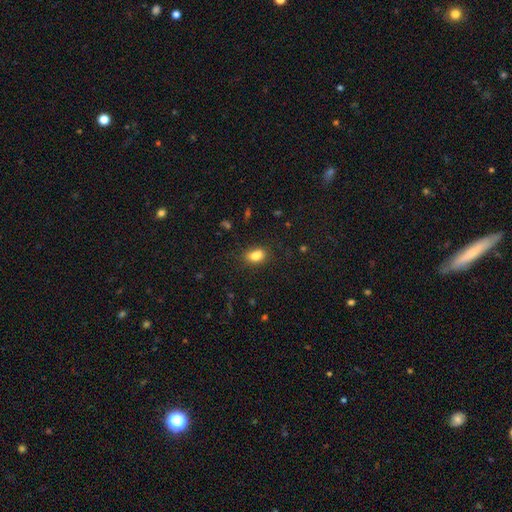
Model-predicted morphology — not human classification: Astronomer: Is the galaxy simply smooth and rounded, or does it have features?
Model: smooth — 81%.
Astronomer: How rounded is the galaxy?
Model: in between — 79%.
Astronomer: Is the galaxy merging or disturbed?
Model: none — 63%.